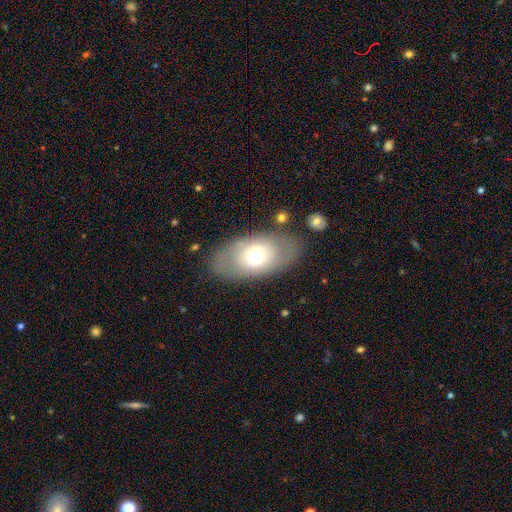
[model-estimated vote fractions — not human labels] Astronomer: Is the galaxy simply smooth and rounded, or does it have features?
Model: smooth — 59%.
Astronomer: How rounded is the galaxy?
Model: in between — 89%.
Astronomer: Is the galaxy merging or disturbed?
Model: none — 79%.